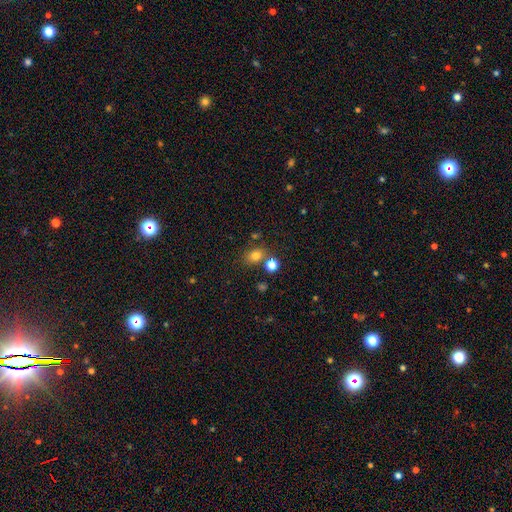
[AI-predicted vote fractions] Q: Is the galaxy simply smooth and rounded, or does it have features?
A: smooth — 78%.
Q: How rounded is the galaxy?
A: in between — 51%.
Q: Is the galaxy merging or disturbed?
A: none — 67%.